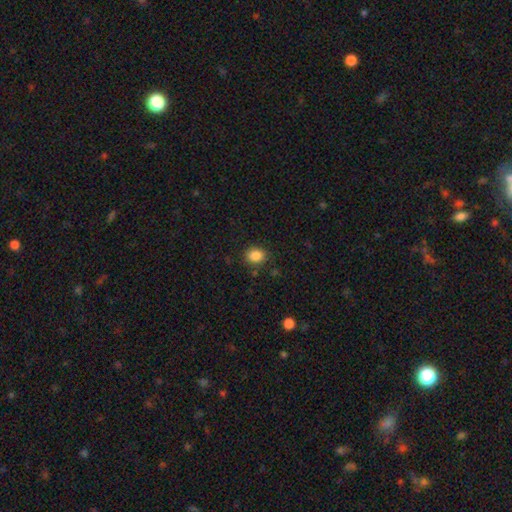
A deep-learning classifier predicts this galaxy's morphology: smooth 86%, star or artifact 10%, featured or disk 4%. Down the decision tree: how rounded — round (58%); merging — none (84%).